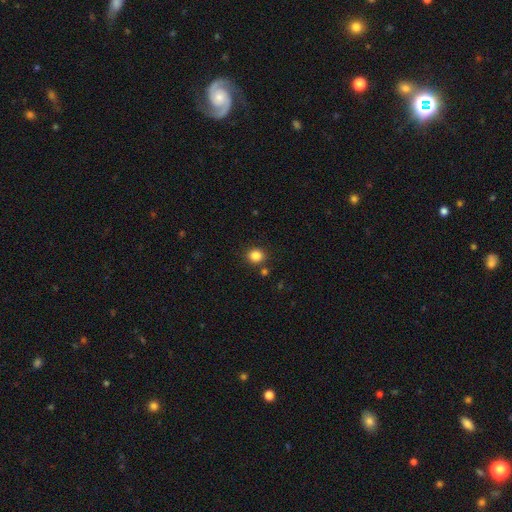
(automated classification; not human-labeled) smooth-or-featured: smooth: 85% | star or artifact: 11% | featured or disk: 4%
  how-rounded: round: 80% | in between: 19% | cigar-shaped: 1%
  merging: none: 84% | minor disturbance: 8% | merger: 5% | major disturbance: 3%